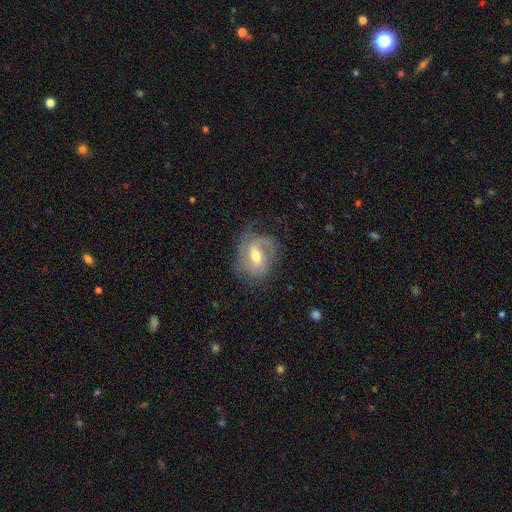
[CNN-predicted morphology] Q: Smooth or featured?
A: featured or disk (71%); runner-up: smooth (22%)
Q: Edge-on disk?
A: no (96%); runner-up: yes (4%)
Q: Bar?
A: weak (51%); runner-up: strong (26%)
Q: Spiral arms?
A: yes (85%); runner-up: no (15%)
Q: Spiral winding?
A: medium (41%); runner-up: tight (31%)
Q: Spiral arm count?
A: 2 (49%); runner-up: 1 (23%)
Q: Bulge size?
A: moderate (69%); runner-up: small (23%)
Q: Merging?
A: none (57%); runner-up: minor disturbance (25%)